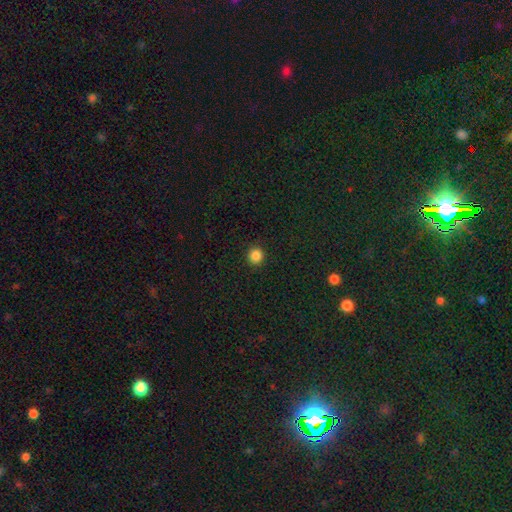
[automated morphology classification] A smooth galaxy with no disk features (85%) that is round (93%). Merging: none (92%).